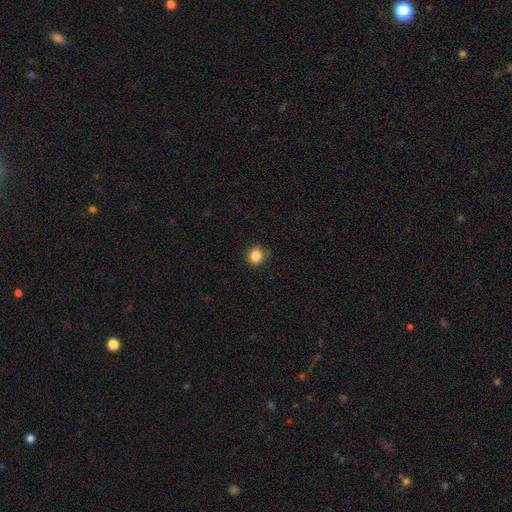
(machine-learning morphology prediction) smooth-or-featured: smooth: 85% | star or artifact: 10% | featured or disk: 4%
  how-rounded: round: 83% | in between: 16% | cigar-shaped: 1%
  merging: none: 81% | minor disturbance: 15% | major disturbance: 3% | merger: 1%